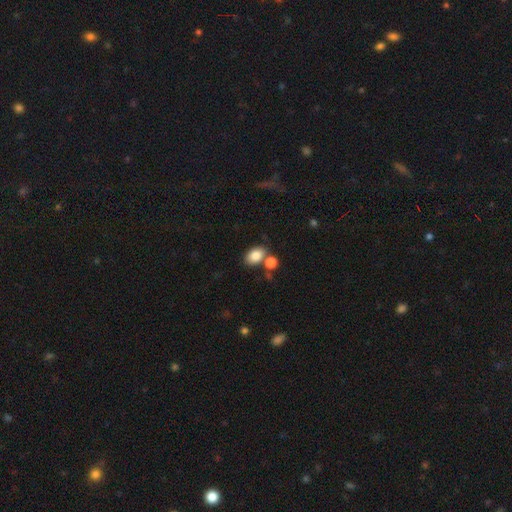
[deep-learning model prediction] This is clearly a smooth galaxy (84%). How rounded: clearly in between (83%). Merging: likely none (60%).